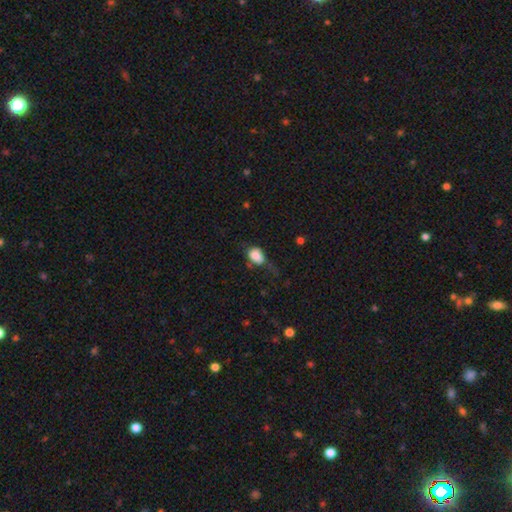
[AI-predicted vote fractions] Q: Smooth or featured?
A: smooth (82%); runner-up: featured or disk (10%)
Q: How rounded?
A: in between (73%); runner-up: round (26%)
Q: Merging?
A: minor disturbance (33%); tied with: none (33%)